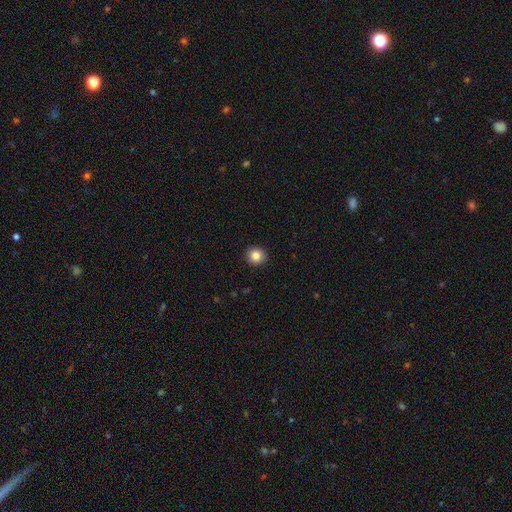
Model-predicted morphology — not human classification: This is clearly a smooth galaxy (84%). How rounded: clearly round (90%). Merging: clearly none (93%).